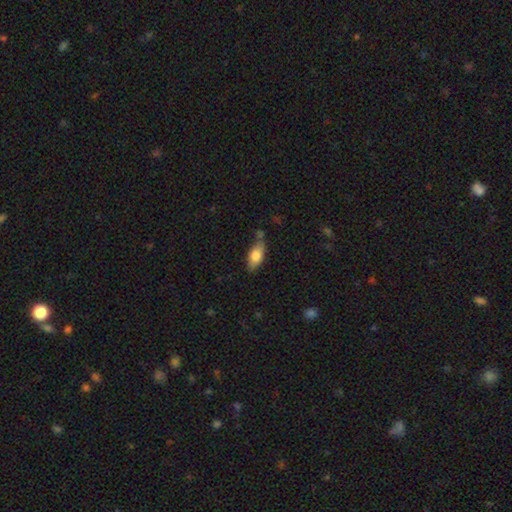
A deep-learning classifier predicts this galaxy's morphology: A smooth galaxy with no disk features (78%) that is in between round and cigar-shaped (85%). Merging: none (63%).